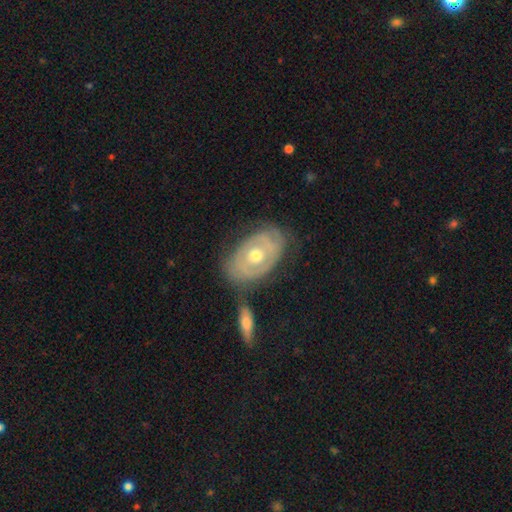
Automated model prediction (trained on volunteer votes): Smooth or featured? Predicted: featured or disk (p=0.74). Edge-on disk? Predicted: no (p=0.93). Bar? Predicted: no (p=0.79). Spiral arms? Predicted: yes (p=0.67). Bulge size? Predicted: moderate (p=0.74). Merging? Predicted: none (p=0.62).